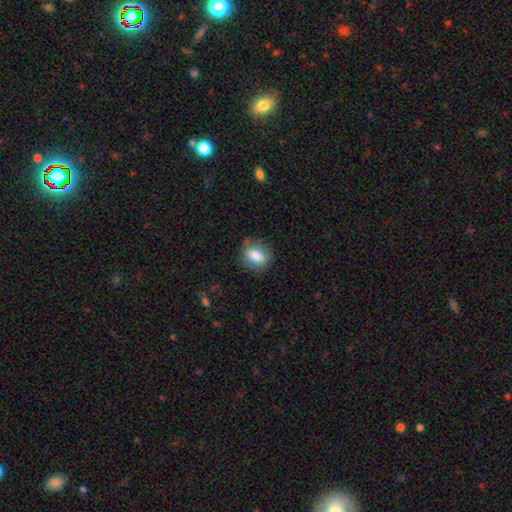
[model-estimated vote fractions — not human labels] smooth 80%, featured or disk 11%, star or artifact 9%. Down the decision tree: how rounded — round (55%); merging — none (80%).